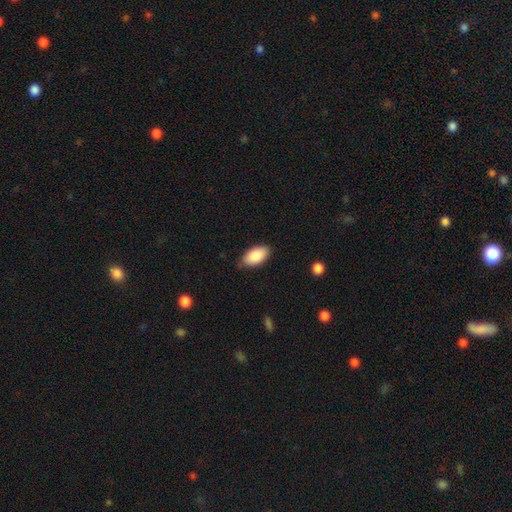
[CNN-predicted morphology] Smooth or featured? smooth (88%)
How rounded? in between (95%)
Merging? none (80%)